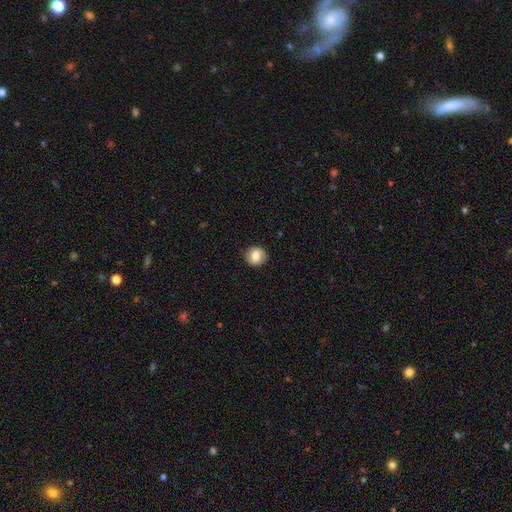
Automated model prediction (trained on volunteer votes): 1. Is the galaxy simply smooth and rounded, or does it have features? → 77% smooth, 15% featured or disk, 8% star or artifact.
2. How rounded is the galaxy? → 84% round, 15% in between, 1% cigar-shaped.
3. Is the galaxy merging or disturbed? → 87% none, 10% minor disturbance, 3% major disturbance, 1% merger.